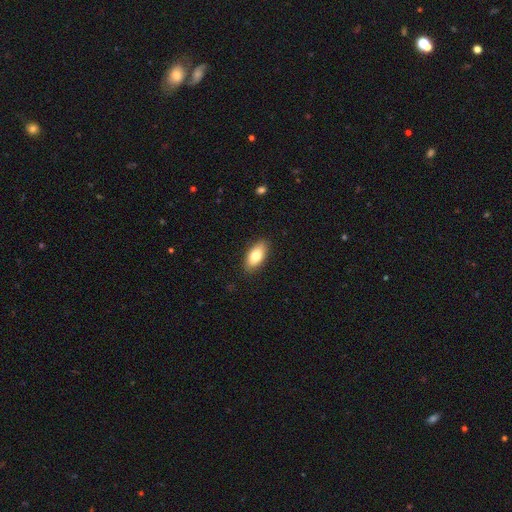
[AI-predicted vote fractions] smooth 80%, featured or disk 13%, star or artifact 6%. Down the decision tree: how rounded — in between (90%); merging — none (88%).